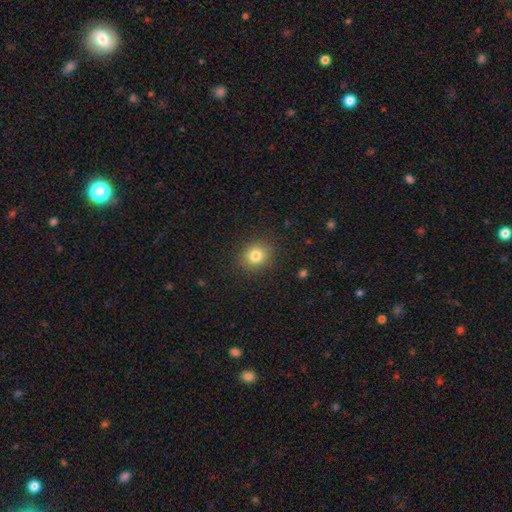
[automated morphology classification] Smooth or featured?
  - smooth: 81% *
  - star or artifact: 11%
  - featured or disk: 8%
How rounded?
  - round: 73% *
  - in between: 26%
  - cigar-shaped: 1%
Merging?
  - none: 88% *
  - minor disturbance: 8%
  - major disturbance: 3%
  - merger: 1%